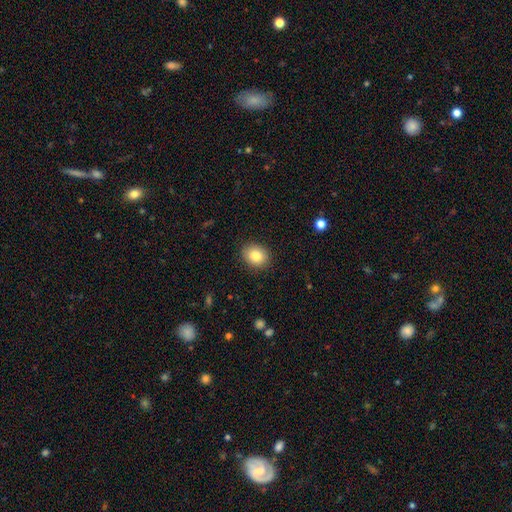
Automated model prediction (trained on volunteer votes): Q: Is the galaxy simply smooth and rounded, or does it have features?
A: smooth — 84%.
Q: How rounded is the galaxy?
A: in between — 52%.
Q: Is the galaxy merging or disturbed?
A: none — 88%.